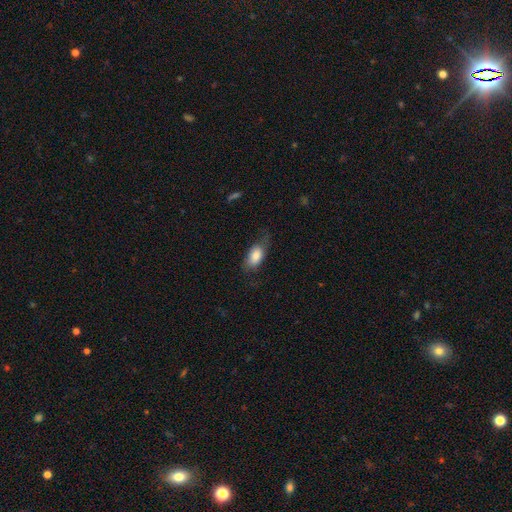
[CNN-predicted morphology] A smooth galaxy with no disk features (74%) that is in between round and cigar-shaped (88%). Merging: none (53%).